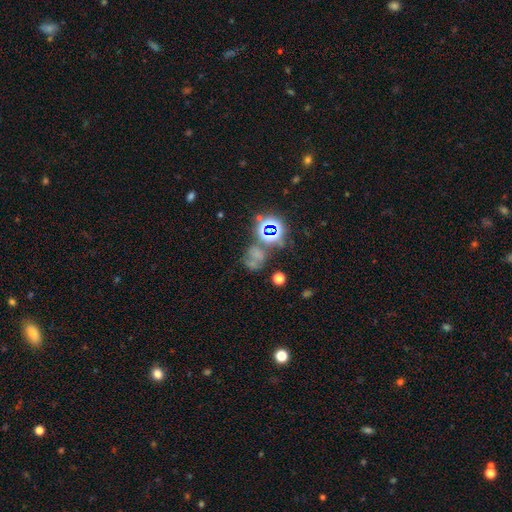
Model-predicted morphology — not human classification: A star or artifact, not a galaxy (41%).